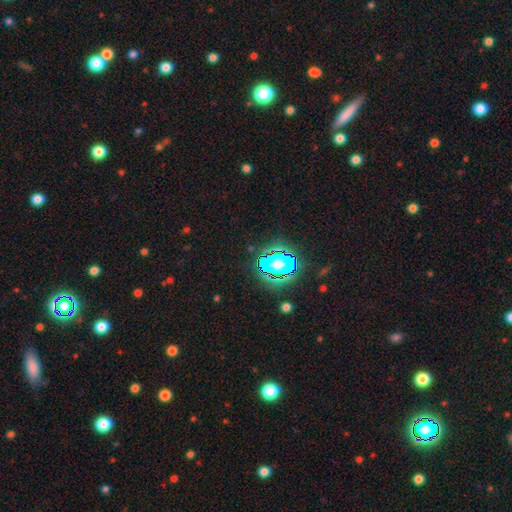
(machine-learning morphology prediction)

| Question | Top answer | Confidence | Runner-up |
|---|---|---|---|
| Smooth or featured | star or artifact | 81% | smooth (11%) |